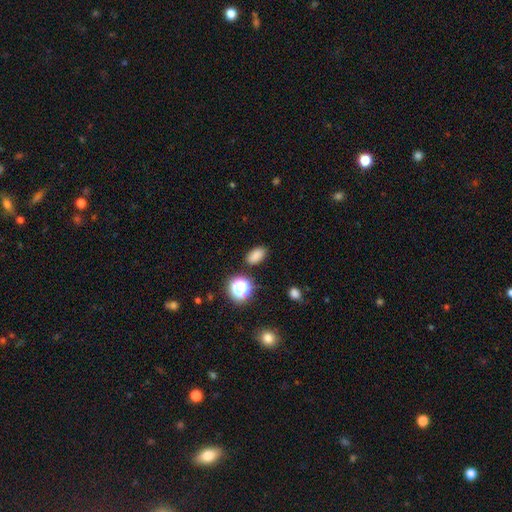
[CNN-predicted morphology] Smooth or featured? smooth (81%)
How rounded? in between (86%)
Merging? none (85%)